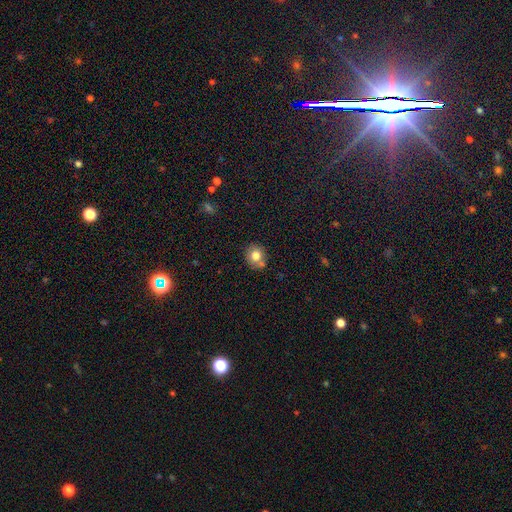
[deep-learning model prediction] Smooth or featured: smooth — 77% (featured or disk — 13%)
How rounded: round — 78% (in between — 21%)
Merging: none — 67% (merger — 16%)